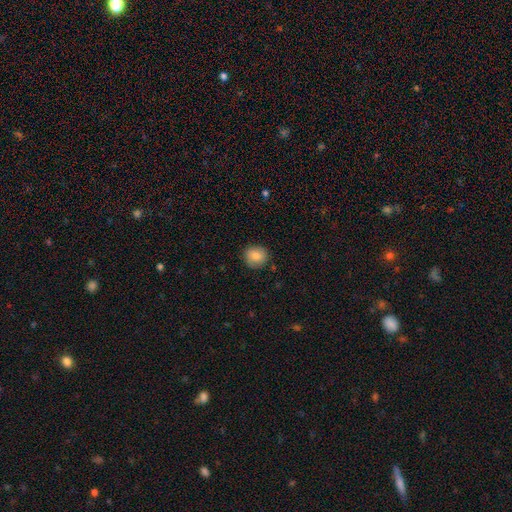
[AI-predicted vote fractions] smooth-or-featured: smooth: 84% | star or artifact: 8% | featured or disk: 8%
  how-rounded: round: 86% | in between: 14% | cigar-shaped: 1%
  merging: none: 86% | minor disturbance: 10% | major disturbance: 2% | merger: 1%